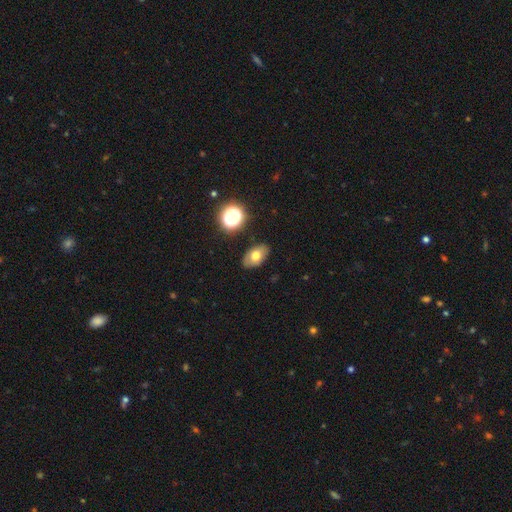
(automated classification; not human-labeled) Smooth or featured? Predicted: smooth (p=0.65). How rounded? Predicted: in between (p=0.88). Merging? Predicted: none (p=0.85).